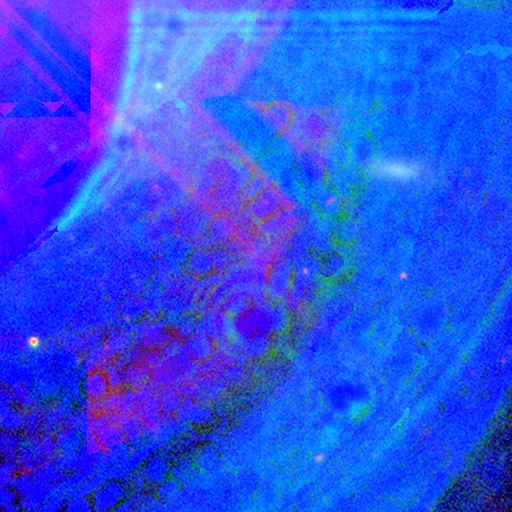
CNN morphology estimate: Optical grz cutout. It shows a star or artifact, not a galaxy (86%).